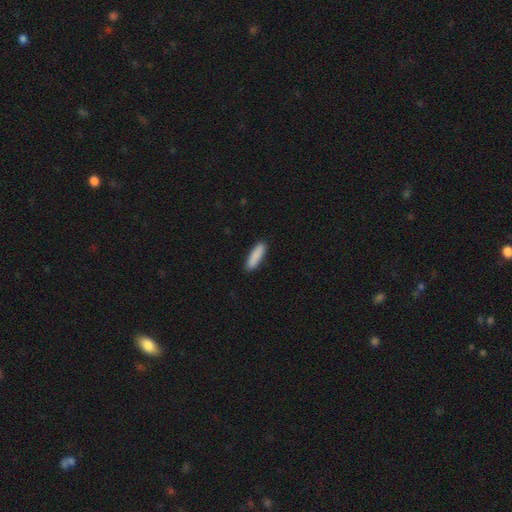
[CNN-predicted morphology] The model was most divided on "how rounded": cigar-shaped: 68%, in between: 31%, round: 1%. More confident: smooth or featured — smooth (89%); merging — none (89%).